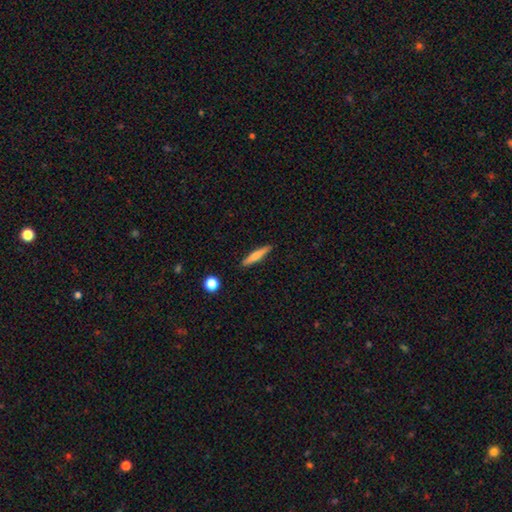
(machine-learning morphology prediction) This is likely a smooth galaxy (67%). How rounded: clearly cigar-shaped (91%). Merging: clearly none (89%).